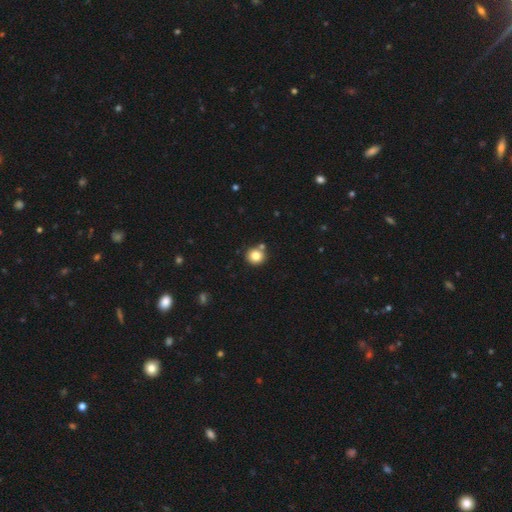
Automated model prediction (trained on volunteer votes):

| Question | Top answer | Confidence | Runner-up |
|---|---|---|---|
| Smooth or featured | smooth | 82% | star or artifact (11%) |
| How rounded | round | 92% | in between (7%) |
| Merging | none | 77% | merger (13%) |